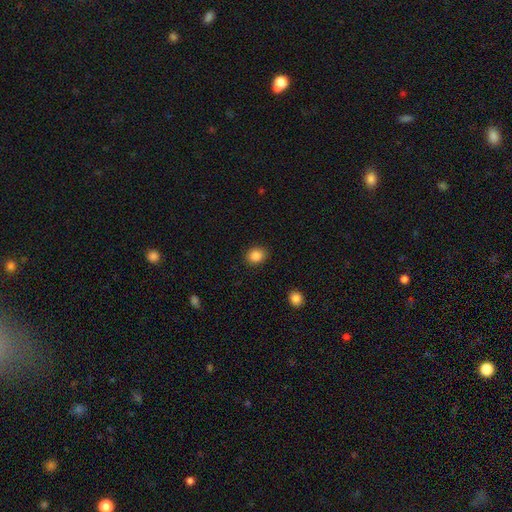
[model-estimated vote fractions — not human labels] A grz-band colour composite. It shows a smooth galaxy with no disk features (86%) that is round (67%). Merging: none (89%).